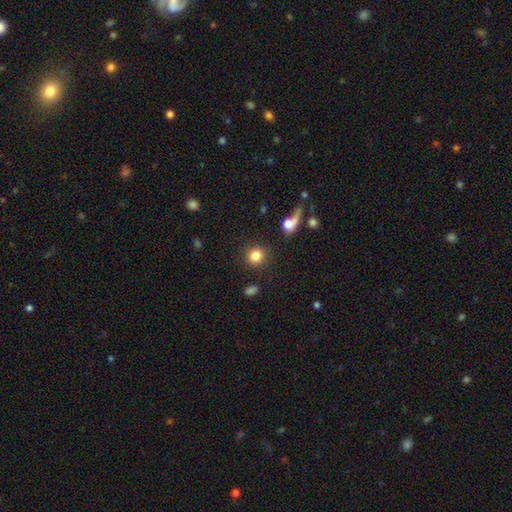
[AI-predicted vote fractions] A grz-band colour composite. It shows a smooth galaxy with no disk features (84%) that is round (90%). Merging: none (87%).